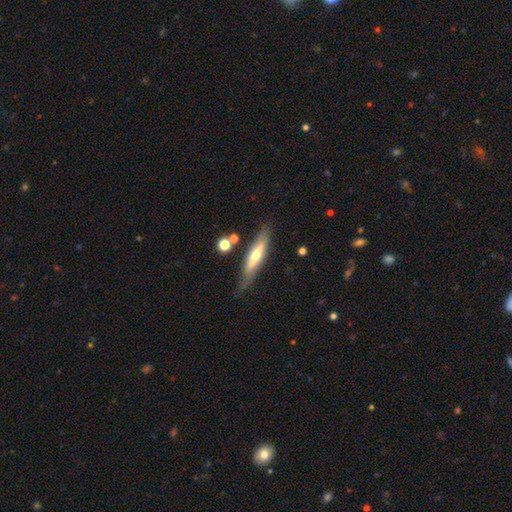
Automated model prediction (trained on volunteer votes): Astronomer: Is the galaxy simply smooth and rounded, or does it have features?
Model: featured or disk — 51% (runner-up: smooth, 42%).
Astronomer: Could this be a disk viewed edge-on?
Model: yes — 78%.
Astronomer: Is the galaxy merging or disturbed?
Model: none — 69%.